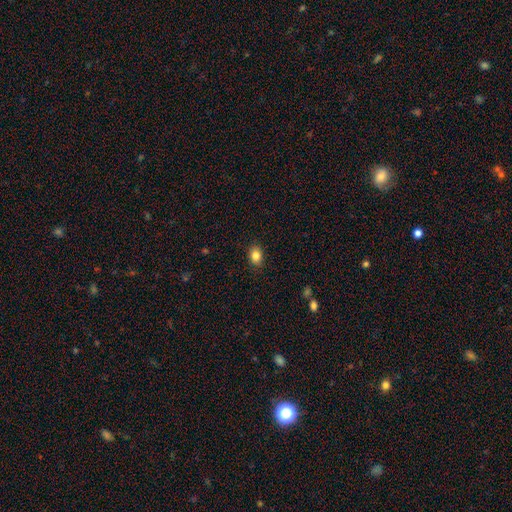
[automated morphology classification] This is clearly a smooth galaxy (85%). How rounded: likely in between (68%). Merging: clearly none (88%).